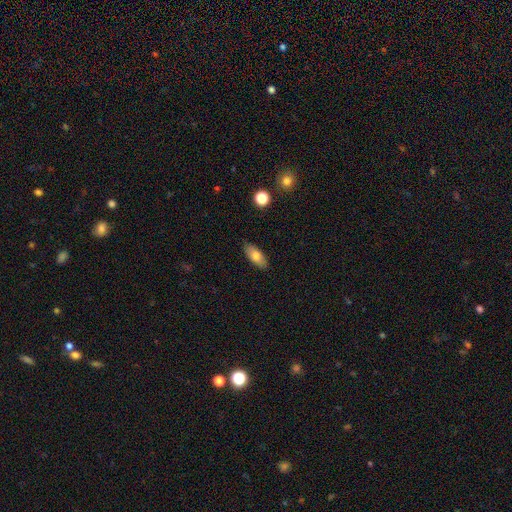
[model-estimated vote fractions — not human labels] Smooth or featured?
  - smooth: 76% *
  - featured or disk: 16%
  - star or artifact: 8%
How rounded?
  - in between: 80% *
  - cigar-shaped: 17%
  - round: 3%
Merging?
  - none: 86% *
  - minor disturbance: 10%
  - major disturbance: 2%
  - merger: 1%